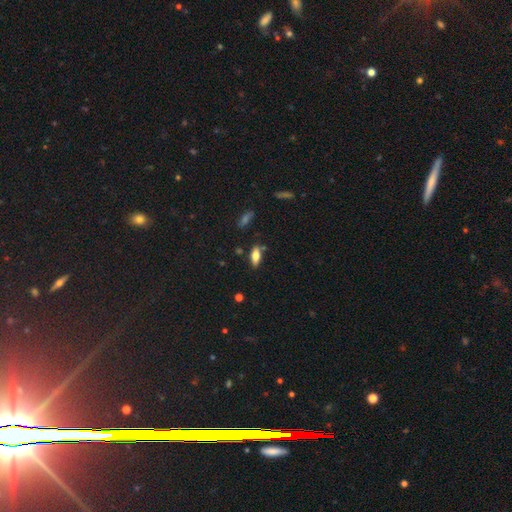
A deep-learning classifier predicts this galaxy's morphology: Smooth or featured? smooth (73%)
How rounded? in between (78%)
Merging? none (79%)